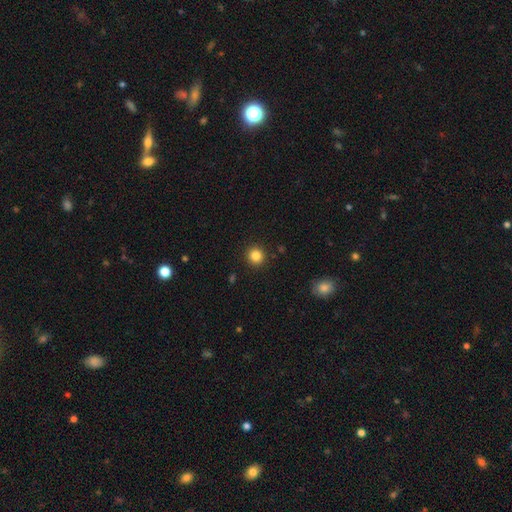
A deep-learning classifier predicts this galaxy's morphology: This is clearly a smooth galaxy (85%). How rounded: clearly round (93%). Merging: clearly none (92%).